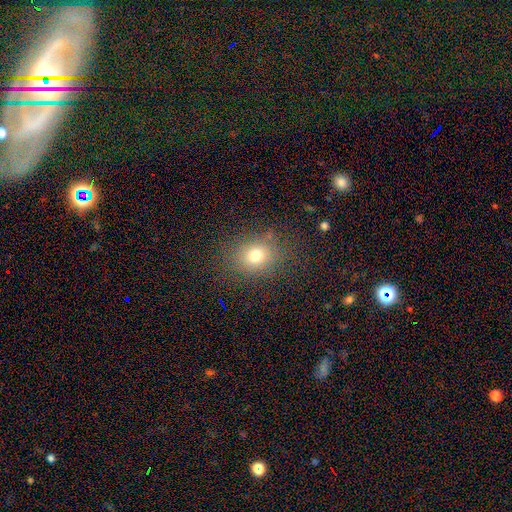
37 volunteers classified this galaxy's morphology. Smooth or featured: smooth — 92% (star or artifact — 5%)
How rounded: round — 74% (in between — 26%)
Merging: none — 83% (minor disturbance — 14%)